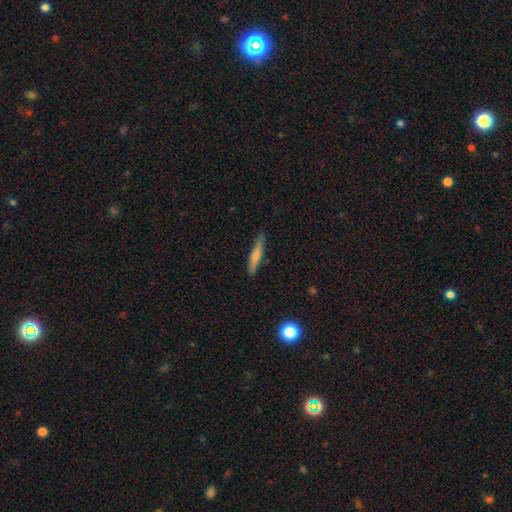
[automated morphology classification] This appears to be a smooth galaxy with no disk features (69%) that is cigar-shaped (89%). Merging: none (84%).